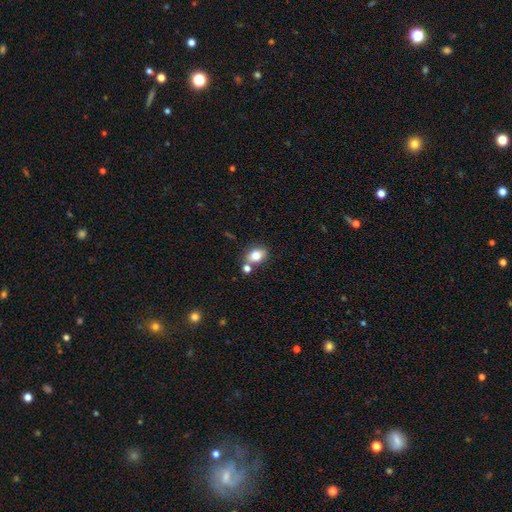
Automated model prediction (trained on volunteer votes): This appears to be a smooth galaxy with no disk features (80%) that is in between round and cigar-shaped (71%). Merging: none (65%).